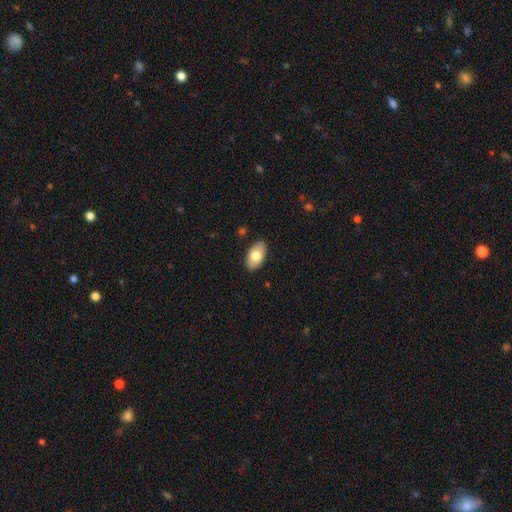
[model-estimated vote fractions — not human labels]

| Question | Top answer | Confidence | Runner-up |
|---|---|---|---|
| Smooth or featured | smooth | 77% | featured or disk (17%) |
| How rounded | in between | 95% | round (3%) |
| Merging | none | 88% | minor disturbance (9%) |